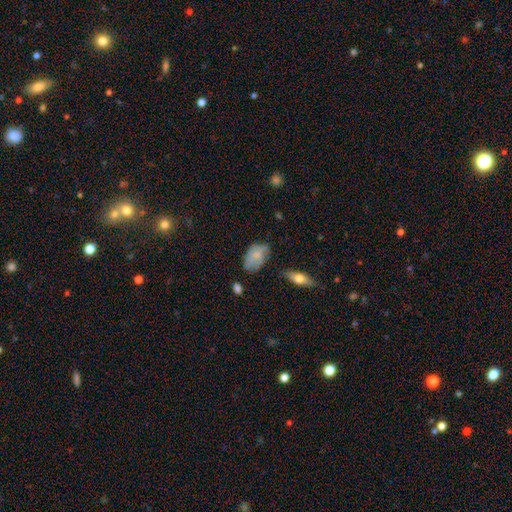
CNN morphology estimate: Q: Smooth or featured?
A: smooth (67%); runner-up: featured or disk (25%)
Q: How rounded?
A: in between (88%); runner-up: round (10%)
Q: Merging?
A: none (55%); runner-up: minor disturbance (32%)